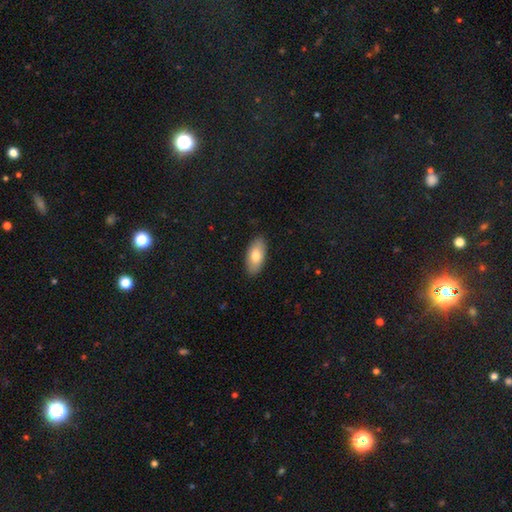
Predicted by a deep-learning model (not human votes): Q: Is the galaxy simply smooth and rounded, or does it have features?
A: smooth — 78%.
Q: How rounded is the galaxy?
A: in between — 92%.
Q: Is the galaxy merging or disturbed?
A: none — 88%.